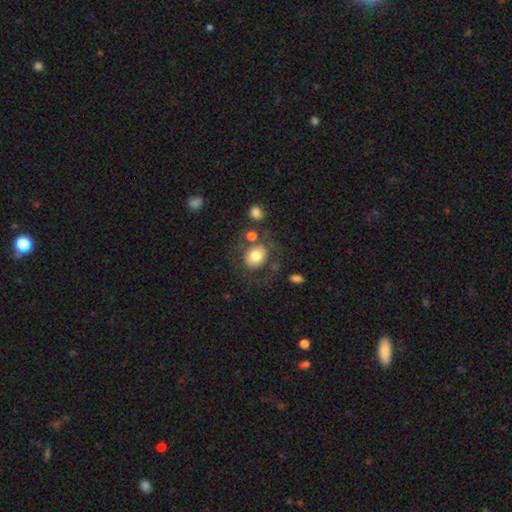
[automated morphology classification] Smooth or featured?
  - smooth: 72% *
  - featured or disk: 18%
  - star or artifact: 9%
How rounded?
  - round: 72% *
  - in between: 28%
  - cigar-shaped: 1%
Merging?
  - none: 62% *
  - minor disturbance: 15%
  - major disturbance: 13%
  - merger: 10%